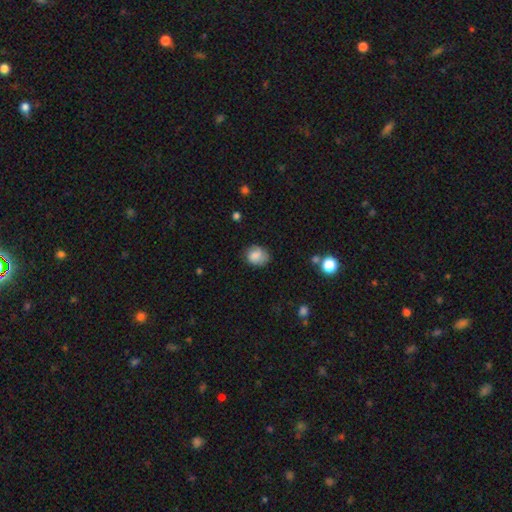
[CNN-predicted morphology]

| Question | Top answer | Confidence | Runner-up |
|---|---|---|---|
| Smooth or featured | smooth | 78% | featured or disk (13%) |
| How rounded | round | 55% | in between (44%) |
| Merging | none | 64% | minor disturbance (26%) |